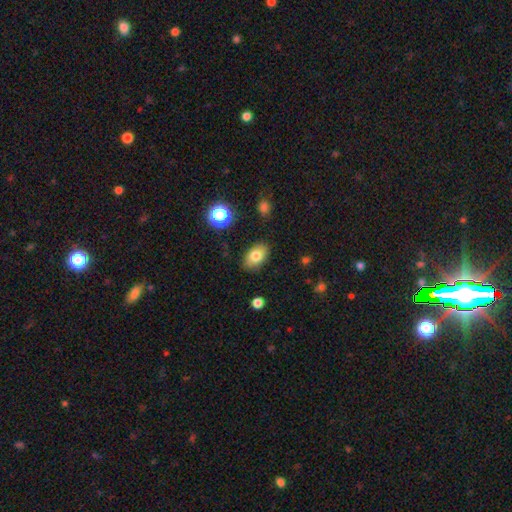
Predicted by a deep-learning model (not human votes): Smooth or featured? Predicted: smooth (p=0.79). How rounded? Predicted: in between (p=0.89). Merging? Predicted: none (p=0.85).